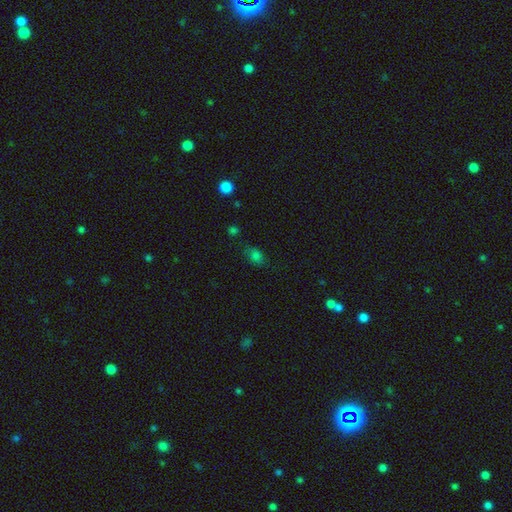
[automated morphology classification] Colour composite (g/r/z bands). It shows a smooth galaxy with no disk features (74%) that is in between round and cigar-shaped (75%). Merging: none (68%).